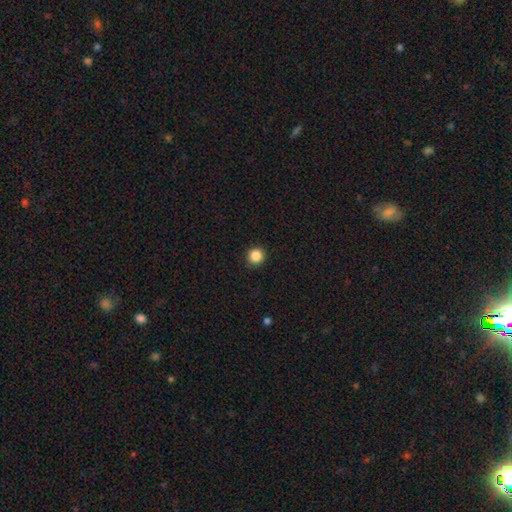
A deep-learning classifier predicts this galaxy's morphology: The model was most divided on "smooth or featured": smooth: 87%, star or artifact: 10%, featured or disk: 3%. More confident: how rounded — round (95%); merging — none (93%).